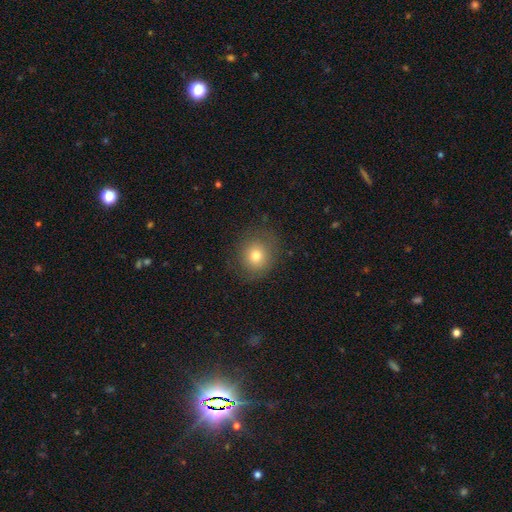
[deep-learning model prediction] Smooth or featured?
  - smooth: 76% *
  - featured or disk: 13%
  - star or artifact: 12%
How rounded?
  - round: 82% *
  - in between: 17%
  - cigar-shaped: 1%
Merging?
  - none: 82% *
  - minor disturbance: 12%
  - major disturbance: 5%
  - merger: 1%